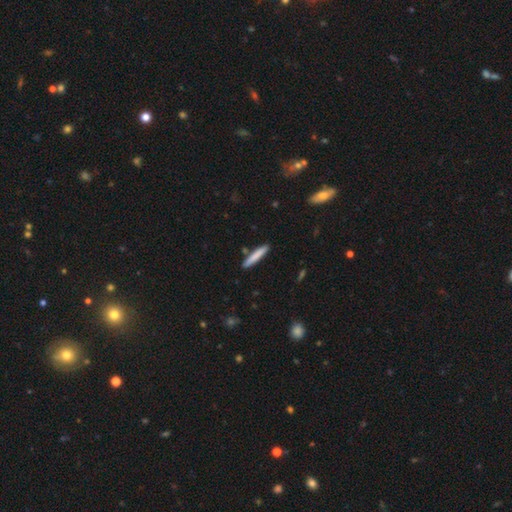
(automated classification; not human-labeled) The model was most divided on "smooth or featured": smooth: 79%, featured or disk: 16%, star or artifact: 6%. More confident: how rounded — cigar-shaped (93%); merging — none (87%).